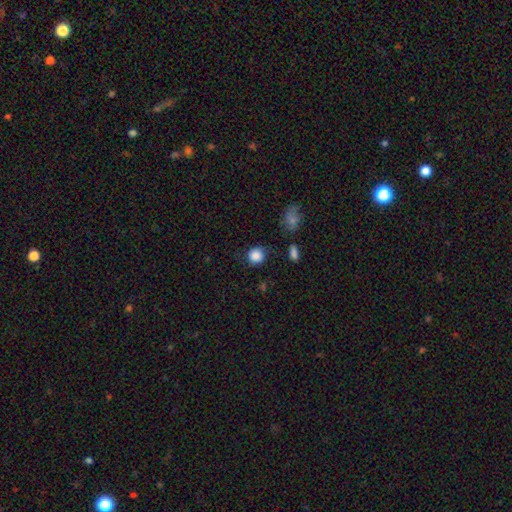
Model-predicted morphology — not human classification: This appears to be a smooth galaxy with no disk features (86%) that is round (87%). Merging: none (74%).